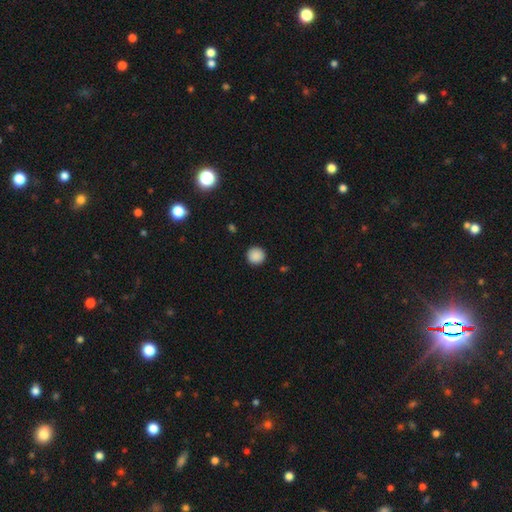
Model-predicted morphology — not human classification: Q: Smooth or featured?
A: smooth (89%); runner-up: star or artifact (9%)
Q: How rounded?
A: round (95%); runner-up: in between (4%)
Q: Merging?
A: none (92%); runner-up: minor disturbance (5%)